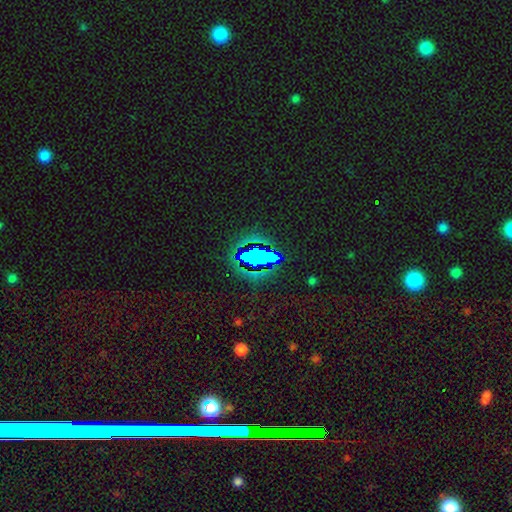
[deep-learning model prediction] A star or artifact, not a galaxy (62%).